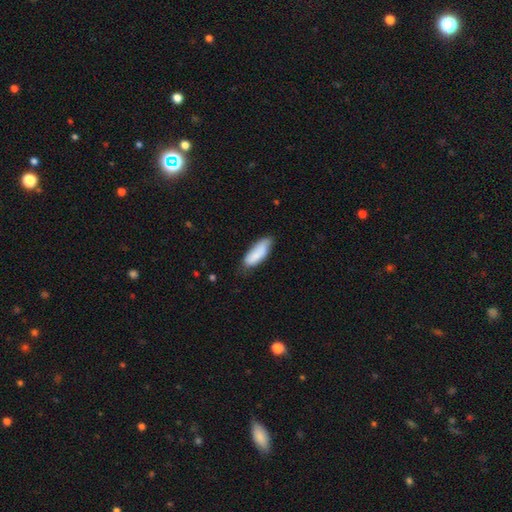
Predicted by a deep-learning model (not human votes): Smooth or featured?
  - smooth: 84% *
  - featured or disk: 10%
  - star or artifact: 6%
How rounded?
  - in between: 70% *
  - cigar-shaped: 28%
  - round: 2%
Merging?
  - none: 64% *
  - minor disturbance: 29%
  - major disturbance: 5%
  - merger: 2%